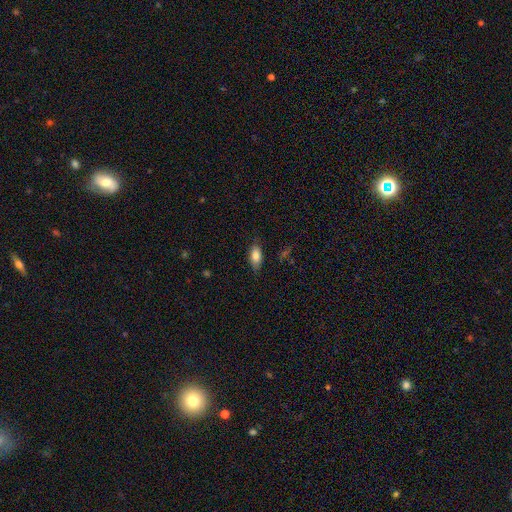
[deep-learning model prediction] Smooth or featured? Predicted: smooth (p=0.81). How rounded? Predicted: in between (p=0.87). Merging? Predicted: none (p=0.78).